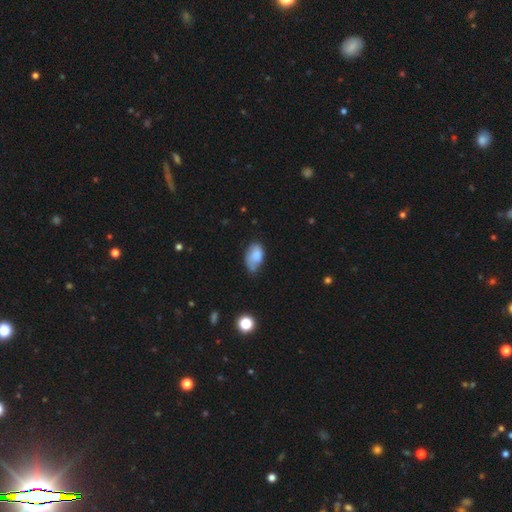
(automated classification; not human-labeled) This appears to be a smooth galaxy with no disk features (76%) that is in between round and cigar-shaped (91%). Merging: none (43%).